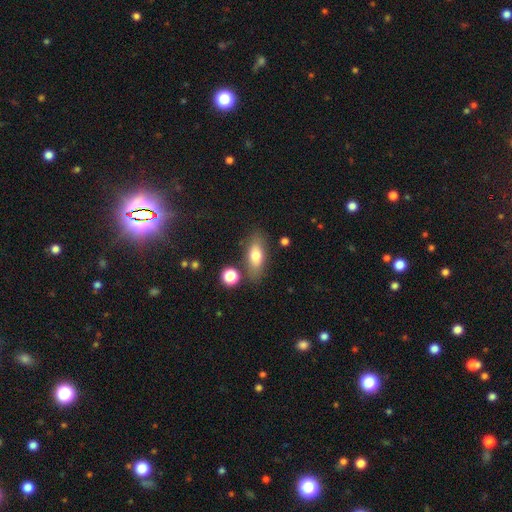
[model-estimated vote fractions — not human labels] This appears to be a smooth galaxy with no disk features (73%) that is in between round and cigar-shaped (75%). Merging: none (77%).